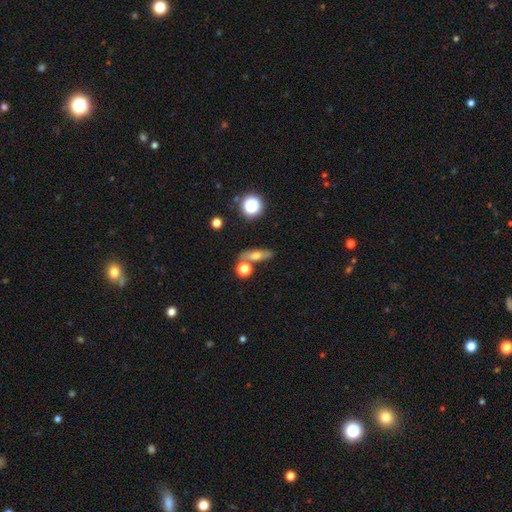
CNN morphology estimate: Smooth or featured?
  - smooth: 59% *
  - featured or disk: 28%
  - star or artifact: 13%
How rounded?
  - in between: 45% *
  - cigar-shaped: 40%
  - round: 16%
Merging?
  - none: 69% *
  - merger: 14%
  - minor disturbance: 13%
  - major disturbance: 5%